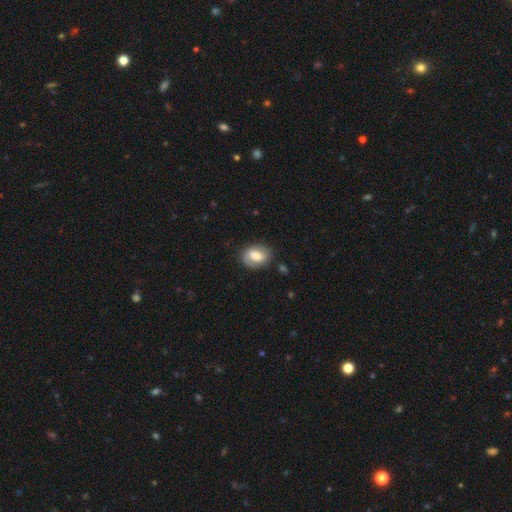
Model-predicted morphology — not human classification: type=smooth (70%); roundness=in between (75%); merging=none (77%).